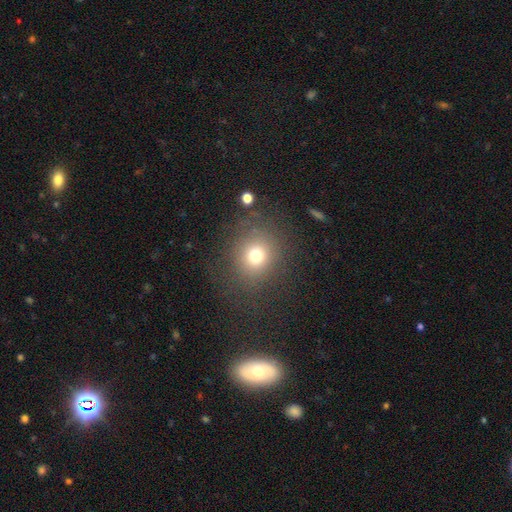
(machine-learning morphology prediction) Smooth or featured?
  - smooth: 72% *
  - star or artifact: 17%
  - featured or disk: 11%
How rounded?
  - round: 79% *
  - in between: 20%
  - cigar-shaped: 1%
Merging?
  - none: 79% *
  - minor disturbance: 11%
  - major disturbance: 8%
  - merger: 2%